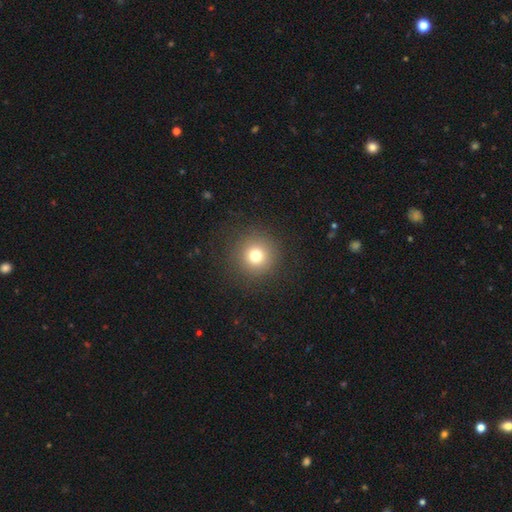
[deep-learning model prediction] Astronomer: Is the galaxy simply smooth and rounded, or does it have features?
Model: smooth — 77%.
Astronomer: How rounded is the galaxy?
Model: round — 96%.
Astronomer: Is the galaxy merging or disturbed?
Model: none — 90%.